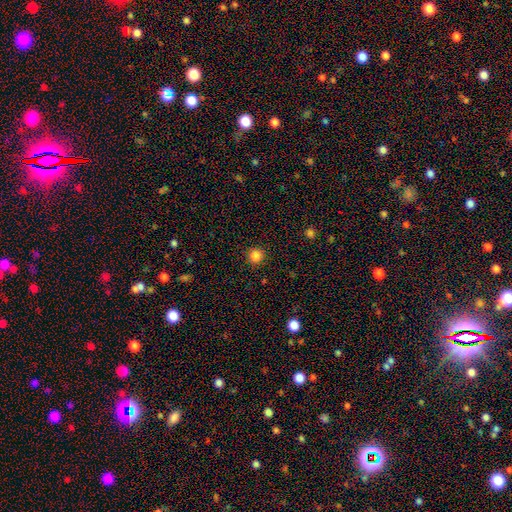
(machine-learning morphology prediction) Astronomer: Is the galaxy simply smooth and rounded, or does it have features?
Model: smooth — 85%.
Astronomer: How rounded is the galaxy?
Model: round — 94%.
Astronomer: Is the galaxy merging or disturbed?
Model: none — 92%.